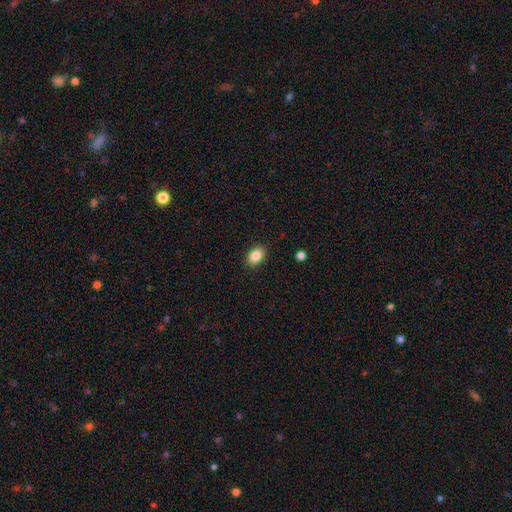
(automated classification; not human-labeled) smooth 86%, star or artifact 9%, featured or disk 6%. Down the decision tree: how rounded — in between (81%); merging — none (89%).